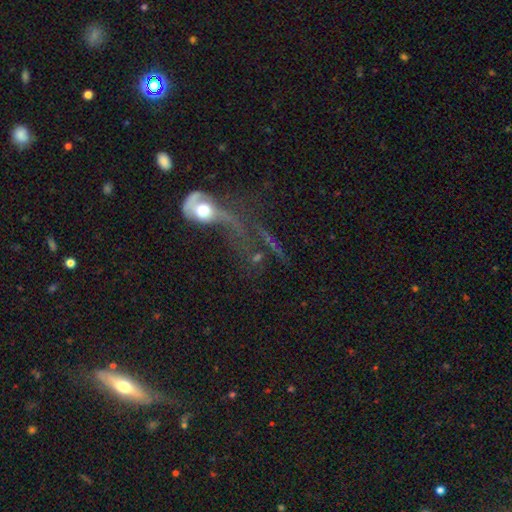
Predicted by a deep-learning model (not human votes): Overall: featured or disk (45%; smooth 33%). Merging: major disturbance (44%; merger 25%).